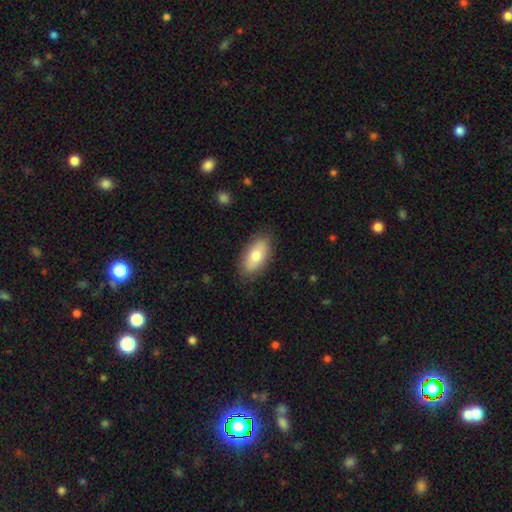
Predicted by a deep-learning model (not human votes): Smooth or featured? smooth (75%)
How rounded? in between (91%)
Merging? none (86%)